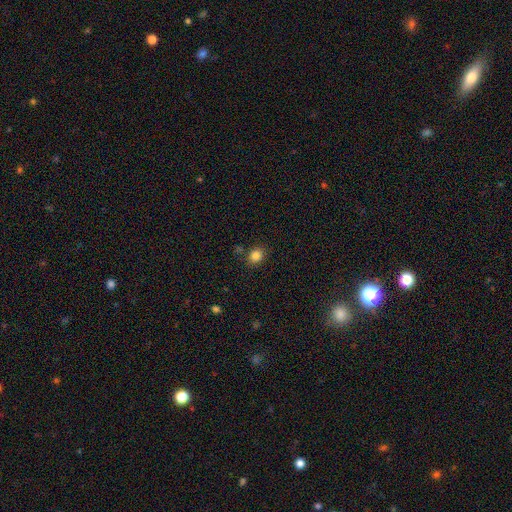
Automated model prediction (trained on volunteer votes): A smooth galaxy with no disk features (84%) that is round (60%).

Vote fractions:
- Smooth or featured? smooth: 84% / star or artifact: 11% / featured or disk: 5%
- How rounded? round: 60% / in between: 39% / cigar-shaped: 1%
- Merging? none: 82% / minor disturbance: 11% / merger: 4% / major disturbance: 3%